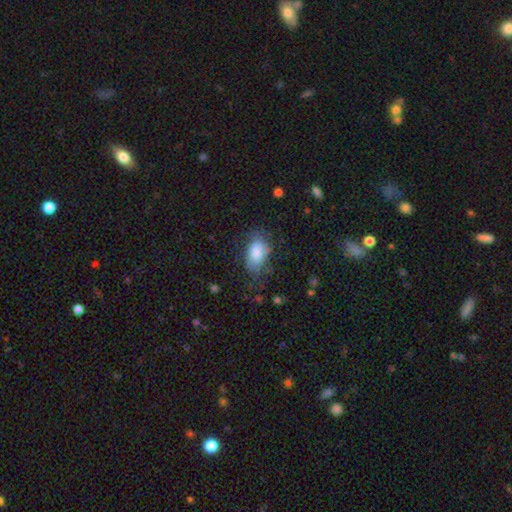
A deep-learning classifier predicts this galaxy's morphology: Overall: smooth (78%). How rounded: in between (91%). Merging: none (54%; minor disturbance 27%).